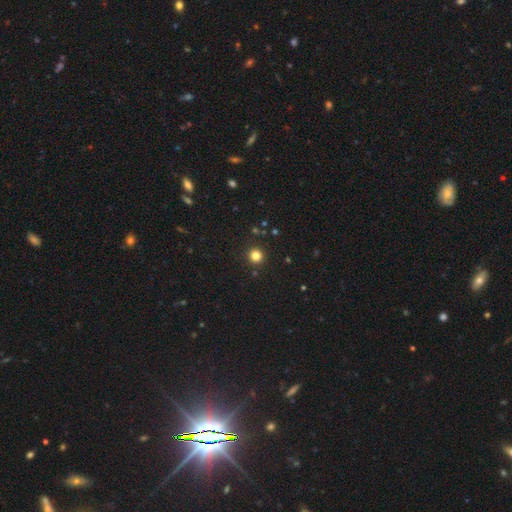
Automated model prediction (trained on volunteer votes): Overall: smooth (82%). How rounded: round (95%). Merging: none (92%).